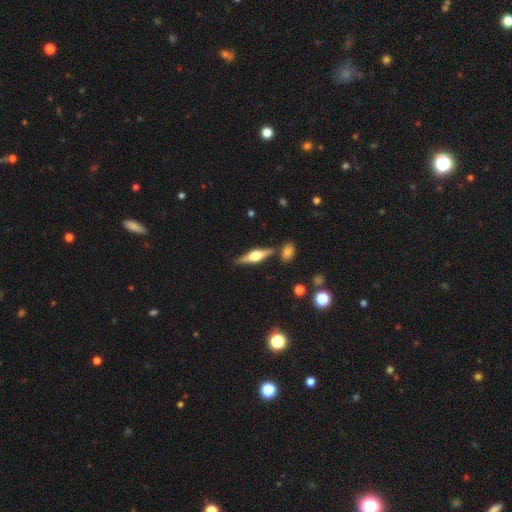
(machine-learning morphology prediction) smooth-or-featured: featured or disk: 74% | smooth: 20% | star or artifact: 6%
  disk-edge-on: yes: 97% | no: 3%
    edge-on-bulge: rounded: 91% | boxy: 8% | none: 2%
  merging: none: 82% | minor disturbance: 9% | merger: 6% | major disturbance: 3%